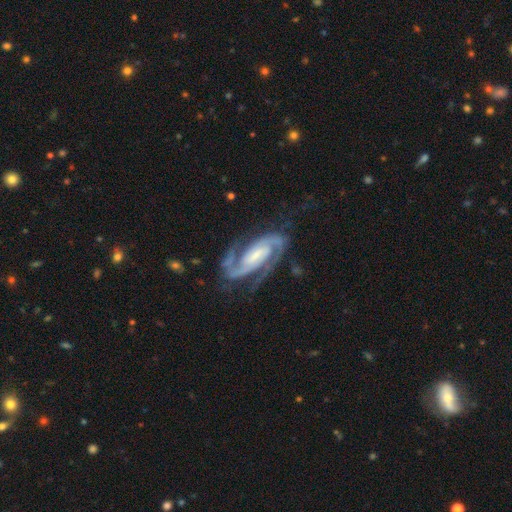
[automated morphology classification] Smooth or featured? featured or disk (93%)
Edge-on disk? no (97%)
Bar? strong (37%, tied with weak)
Spiral arms? yes (99%)
Spiral winding? medium (47%)
Spiral arm count? 2 (91%)
Bulge size? small (49%)
Merging? none (74%)